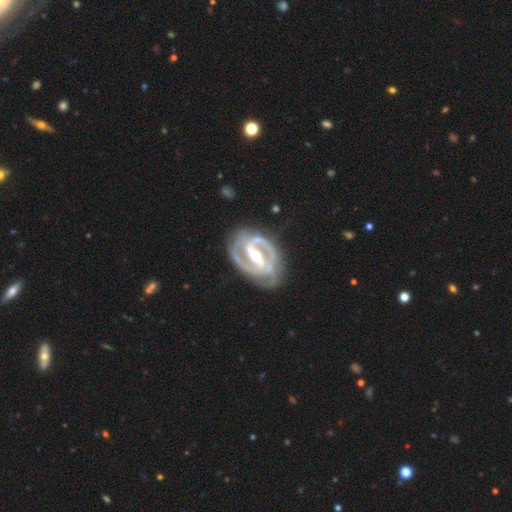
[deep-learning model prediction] smooth-or-featured: featured or disk: 92% | smooth: 5% | star or artifact: 4%
  disk-edge-on: no: 97% | yes: 3%
    bar: strong: 63% | weak: 26% | no: 11%
    has-spiral-arms: yes: 96% | no: 4%
      spiral-winding: medium: 46% | tight: 45% | loose: 9%
      spiral-arm-count: 2: 80% | 3: 9% | can't tell: 5% | 1: 2% | 4: 2% | more than 4: 2%
    bulge-size: moderate: 65% | small: 29% | large: 4% | none: 1% | dominant: 1%
  merging: none: 70% | minor disturbance: 20% | major disturbance: 8% | merger: 3%